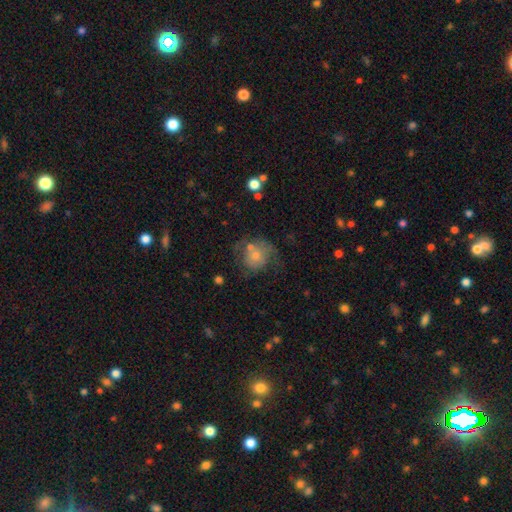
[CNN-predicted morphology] Smooth or featured? smooth (46%)
Merging? none (49%)